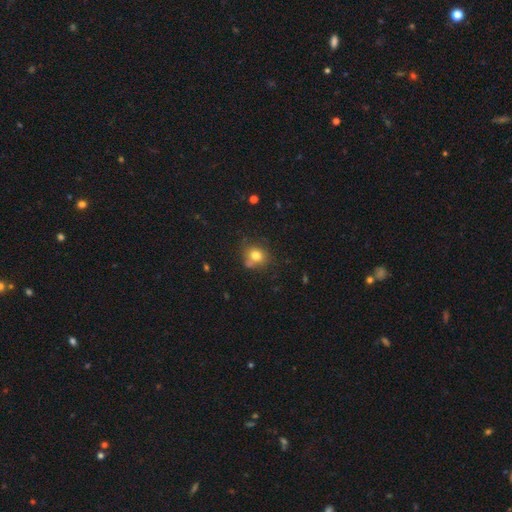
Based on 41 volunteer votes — Smooth or featured? 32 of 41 (78%) said smooth. How rounded? 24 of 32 (75%) said round. Merging? 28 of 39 (72%) said none.